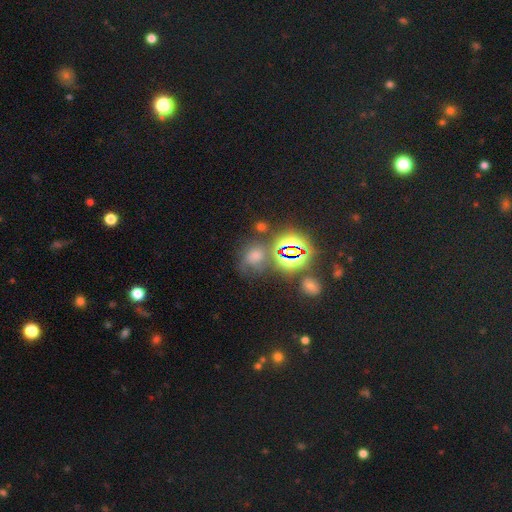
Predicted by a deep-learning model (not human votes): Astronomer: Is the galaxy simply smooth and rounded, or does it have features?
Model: star or artifact — 55% (runner-up: smooth, 32%).